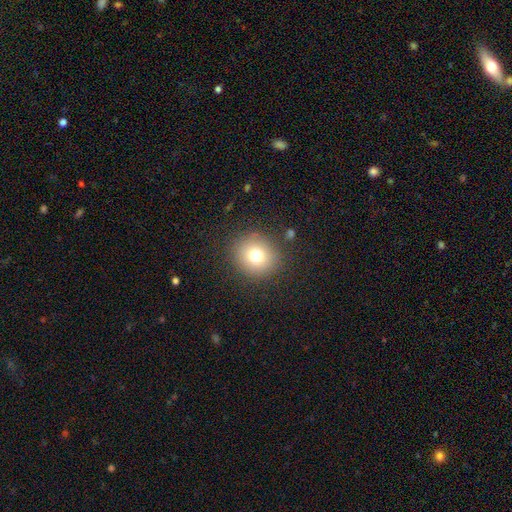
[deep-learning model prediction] Smooth or featured?
  - smooth: 75% *
  - star or artifact: 13%
  - featured or disk: 12%
How rounded?
  - round: 88% *
  - in between: 11%
  - cigar-shaped: 1%
Merging?
  - none: 86% *
  - minor disturbance: 8%
  - major disturbance: 4%
  - merger: 2%